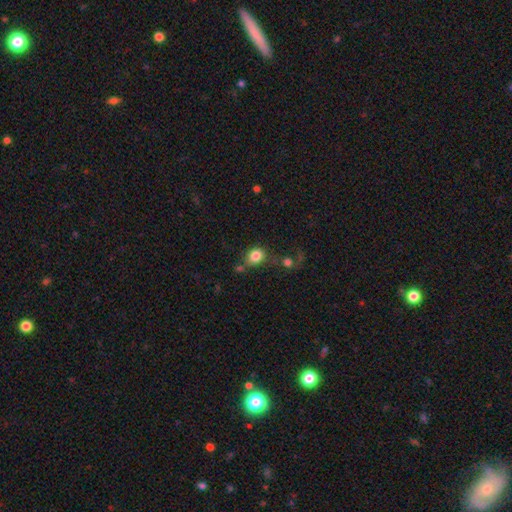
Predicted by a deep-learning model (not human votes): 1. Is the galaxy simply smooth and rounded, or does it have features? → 83% smooth, 10% star or artifact, 7% featured or disk.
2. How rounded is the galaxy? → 66% round, 32% in between, 1% cigar-shaped.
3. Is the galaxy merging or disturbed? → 54% none, 22% merger, 15% minor disturbance, 9% major disturbance.